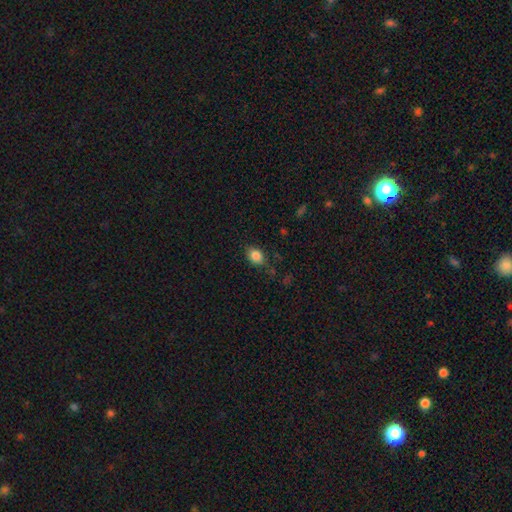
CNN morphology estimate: Smooth or featured? smooth (84%)
How rounded? in between (64%)
Merging? none (76%)